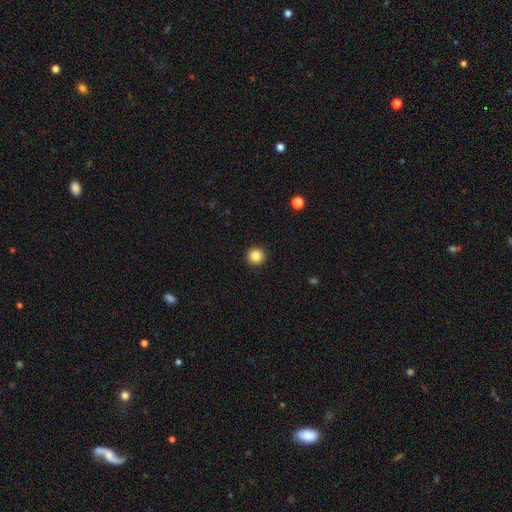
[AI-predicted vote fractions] This is clearly a smooth galaxy (85%). How rounded: clearly round (96%). Merging: clearly none (93%).